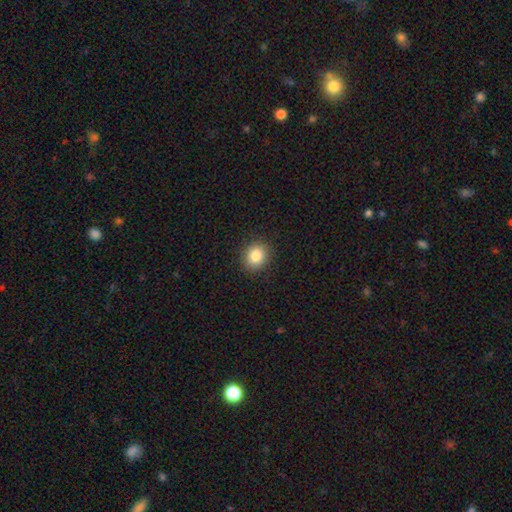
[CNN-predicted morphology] type=smooth (85%); roundness=round (73%); merging=none (90%).